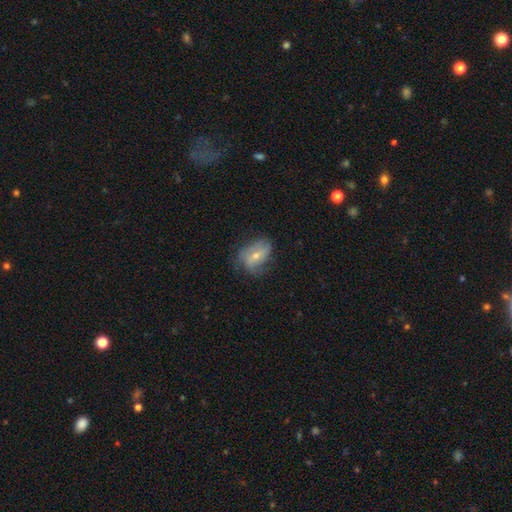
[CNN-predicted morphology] type=featured or disk (61%); edge-on=no (94%); bar=no (51%); spiral arms=yes (77%); bulge=small (53%); merging=none (58%).